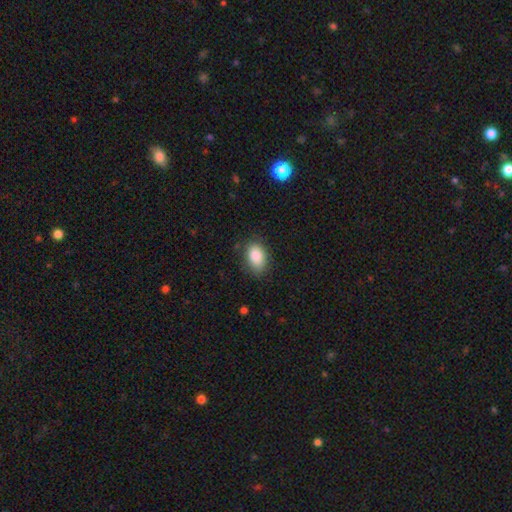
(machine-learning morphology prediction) Smooth or featured?
  - smooth: 87% *
  - star or artifact: 8%
  - featured or disk: 5%
How rounded?
  - in between: 89% *
  - round: 10%
  - cigar-shaped: 1%
Merging?
  - none: 80% *
  - minor disturbance: 15%
  - major disturbance: 4%
  - merger: 1%